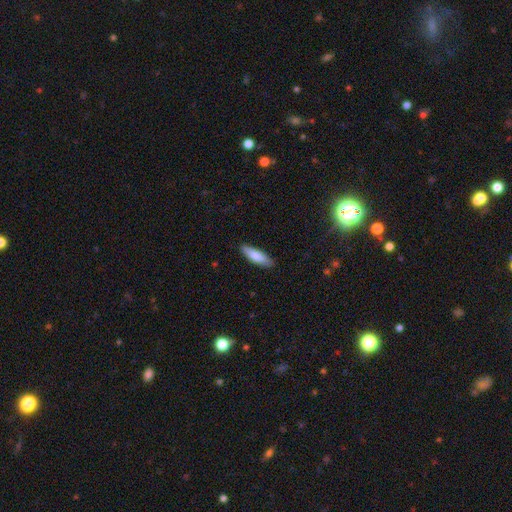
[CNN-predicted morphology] Smooth or featured? Predicted: smooth (p=0.83). How rounded? Predicted: cigar-shaped (p=0.58). Merging? Predicted: none (p=0.85).